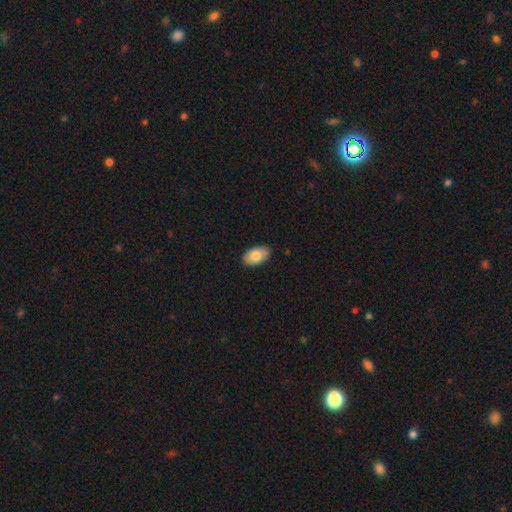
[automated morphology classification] smooth_or_featured: smooth (p=0.82) [alt: featured or disk p=0.11]
how_rounded: in between (p=0.94) [alt: round p=0.05]
merging: none (p=0.86) [alt: minor disturbance p=0.11]